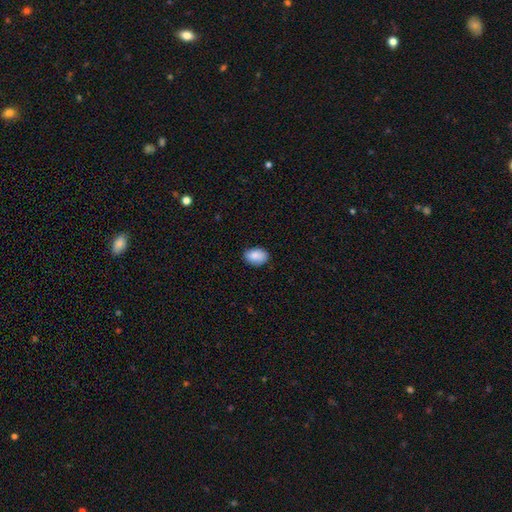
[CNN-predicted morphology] Overall: smooth (87%). How rounded: in between (80%). Merging: none (82%).